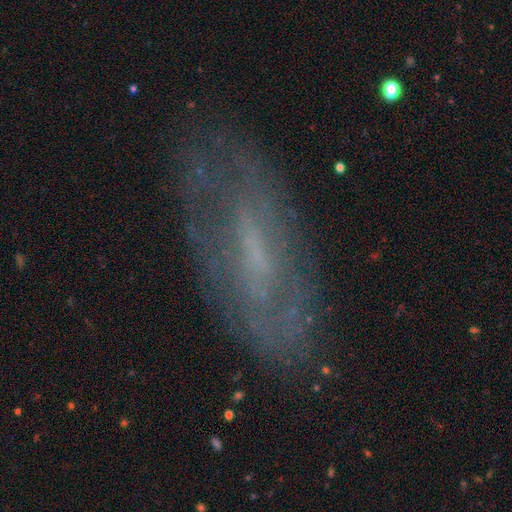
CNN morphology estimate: Smooth or featured?
  - featured or disk: 66% *
  - smooth: 22%
  - star or artifact: 12%
Edge-on disk?
  - no: 84% *
  - yes: 16%
Bar?
  - weak: 47% *
  - no: 30%
  - strong: 23%
Spiral arms?
  - yes: 63% *
  - no: 37%
Bulge size?
  - small: 48% *
  - none: 27%
  - moderate: 21%
  - large: 2%
  - dominant: 1%
Merging?
  - none: 74% *
  - minor disturbance: 17%
  - major disturbance: 7%
  - merger: 2%